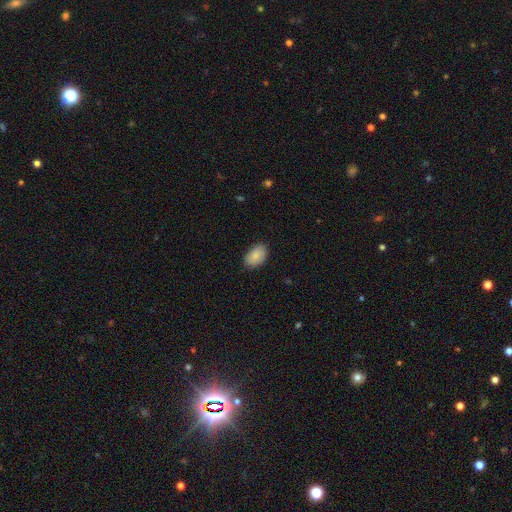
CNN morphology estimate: Smooth or featured?
  - smooth: 86% *
  - featured or disk: 7%
  - star or artifact: 6%
How rounded?
  - in between: 90% *
  - round: 9%
  - cigar-shaped: 1%
Merging?
  - none: 83% *
  - minor disturbance: 13%
  - major disturbance: 3%
  - merger: 1%